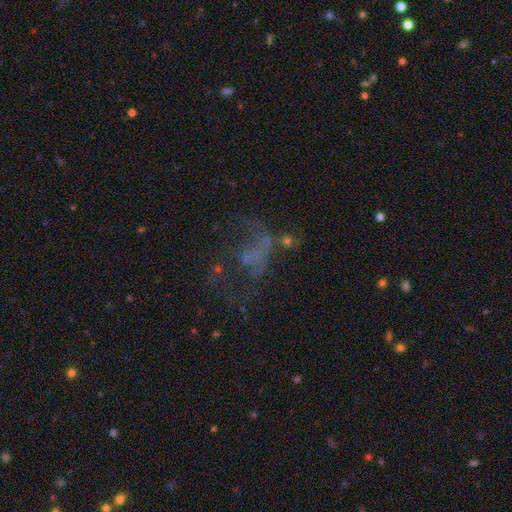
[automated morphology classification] This appears to be a featured or disk galaxy (45%). Merging: major disturbance (43%).